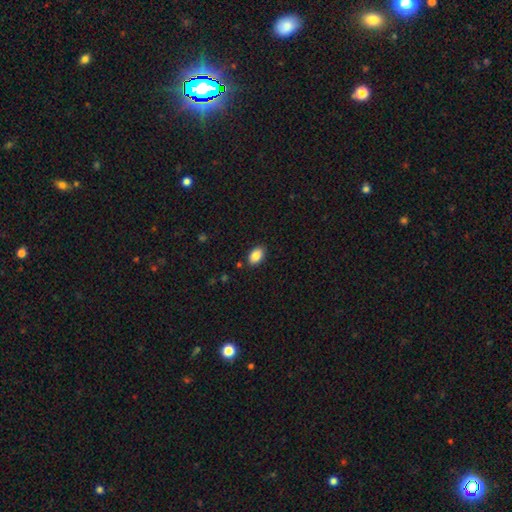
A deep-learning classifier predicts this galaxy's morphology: Smooth or featured: smooth — 87% (star or artifact — 8%)
How rounded: in between — 89% (round — 9%)
Merging: none — 88% (minor disturbance — 9%)